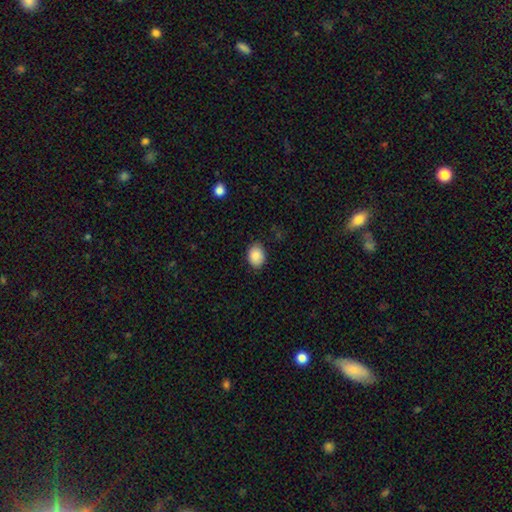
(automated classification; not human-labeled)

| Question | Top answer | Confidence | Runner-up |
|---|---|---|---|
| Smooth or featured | smooth | 89% | star or artifact (7%) |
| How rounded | in between | 67% | round (32%) |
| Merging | none | 85% | minor disturbance (12%) |